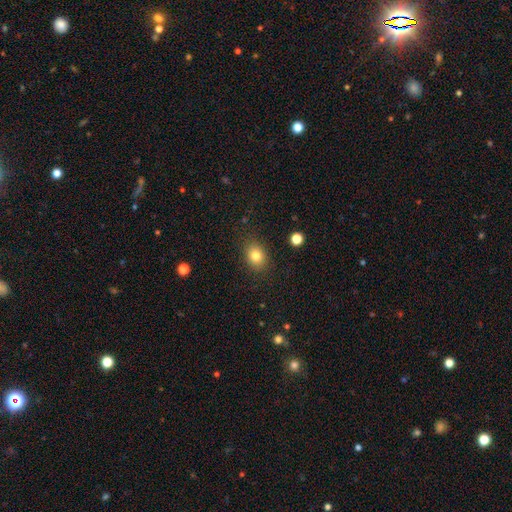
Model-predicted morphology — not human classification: Smooth or featured? smooth (81%)
How rounded? round (50%)
Merging? none (85%)